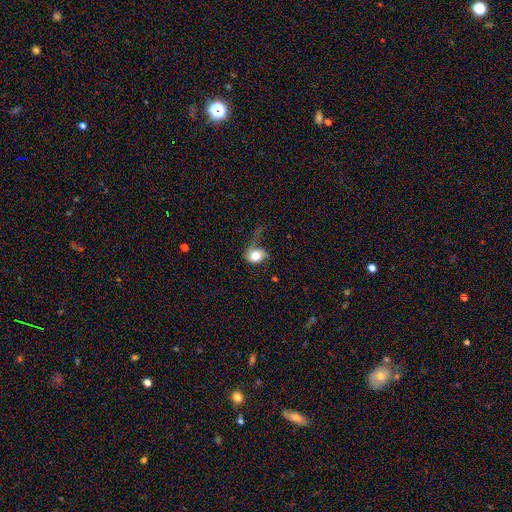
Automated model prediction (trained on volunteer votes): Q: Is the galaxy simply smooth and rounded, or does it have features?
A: smooth — 72%.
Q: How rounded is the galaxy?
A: round — 57%.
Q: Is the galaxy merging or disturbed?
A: major disturbance — 41%.